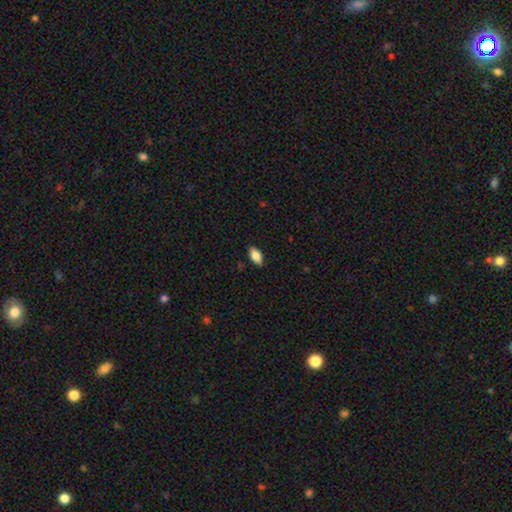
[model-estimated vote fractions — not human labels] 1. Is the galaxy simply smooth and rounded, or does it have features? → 76% smooth, 17% featured or disk, 7% star or artifact.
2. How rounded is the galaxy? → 88% in between, 9% cigar-shaped, 3% round.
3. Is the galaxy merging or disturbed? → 88% none, 10% minor disturbance, 2% major disturbance, 1% merger.